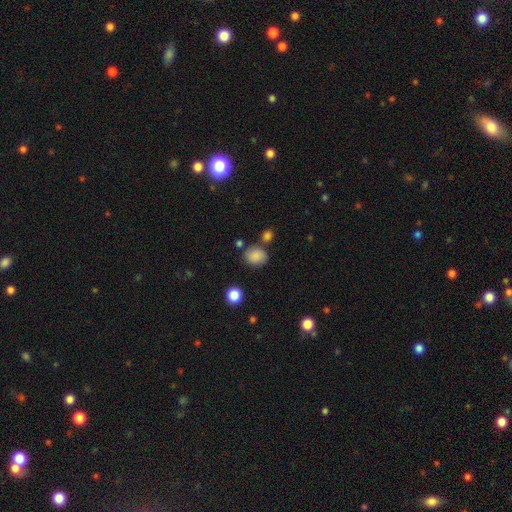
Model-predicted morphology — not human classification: Smooth or featured: smooth — 83% (star or artifact — 10%)
How rounded: round — 67% (in between — 32%)
Merging: none — 71% (minor disturbance — 16%)